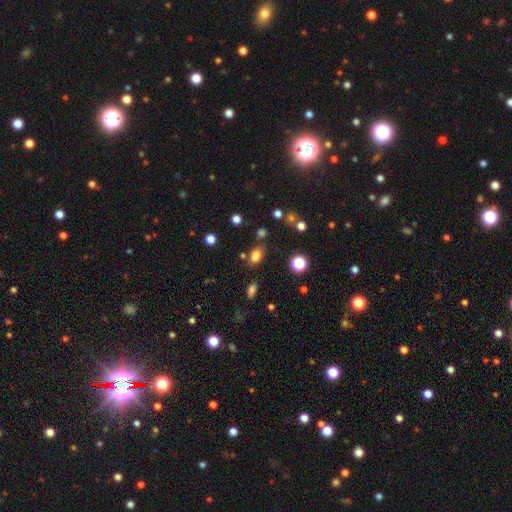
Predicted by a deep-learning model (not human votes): smooth 78%, star or artifact 16%, featured or disk 6%. Down the decision tree: how rounded — in between (81%); merging — none (74%).